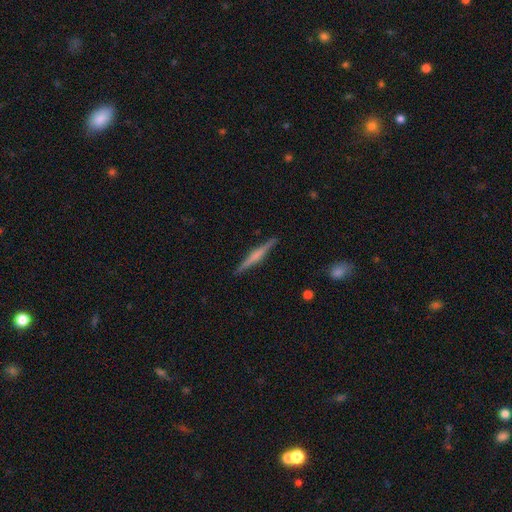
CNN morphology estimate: smooth-or-featured: featured or disk: 62% | smooth: 32% | star or artifact: 6%
  disk-edge-on: yes: 98% | no: 2%
    edge-on-bulge: rounded: 49% | none: 30% | boxy: 22%
  merging: none: 91% | minor disturbance: 7% | major disturbance: 1% | merger: 1%